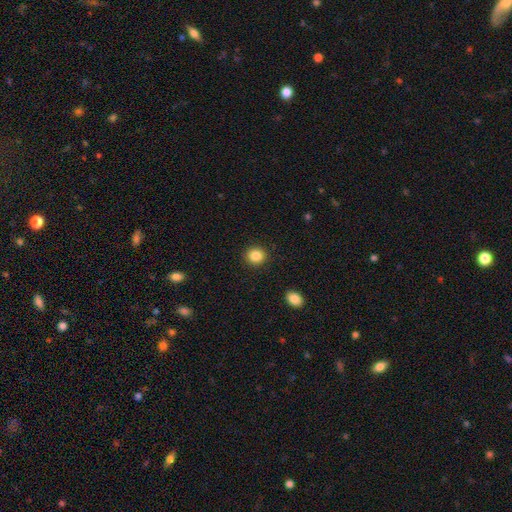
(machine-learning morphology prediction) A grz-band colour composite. It shows a smooth galaxy with no disk features (86%) that is round (83%). Merging: none (90%).